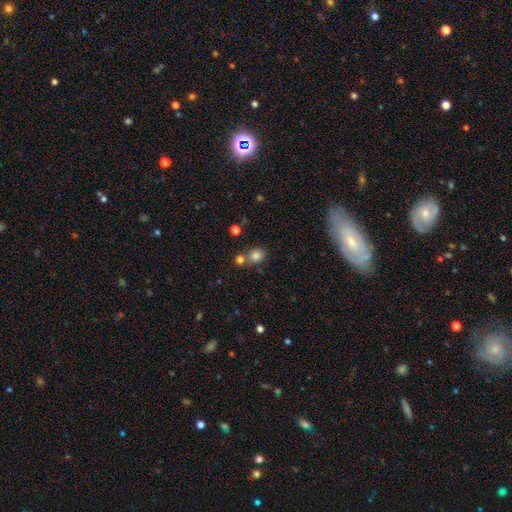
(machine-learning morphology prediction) Smooth or featured: smooth — 82% (star or artifact — 12%)
How rounded: round — 77% (in between — 22%)
Merging: none — 60% (merger — 28%)